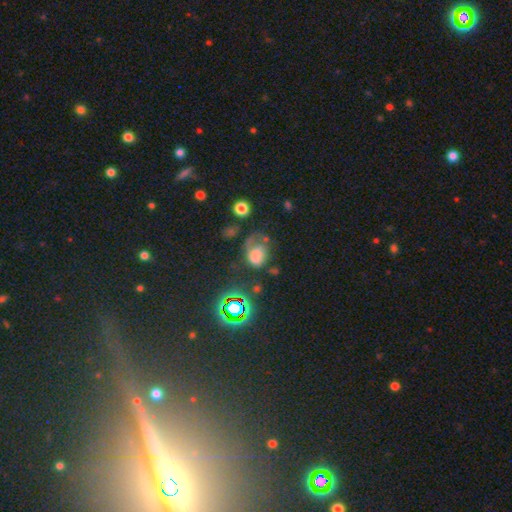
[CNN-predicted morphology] This is possibly a smooth galaxy (54%). How rounded: likely in between (62%). Merging: marginally major disturbance (38%).